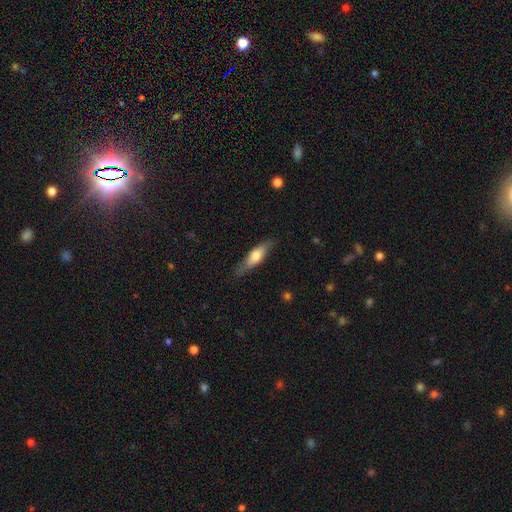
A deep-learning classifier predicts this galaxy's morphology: smooth-or-featured: smooth: 58% | featured or disk: 37% | star or artifact: 6%
  how-rounded: cigar-shaped: 58% | in between: 40% | round: 2%
  merging: none: 78% | minor disturbance: 17% | major disturbance: 4% | merger: 1%